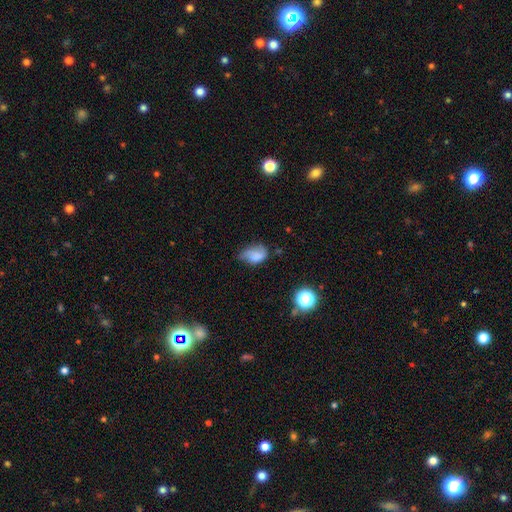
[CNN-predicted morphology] Smooth or featured: smooth — 68% (featured or disk — 21%)
How rounded: in between — 85% (round — 13%)
Merging: minor disturbance — 42% (none — 36%)